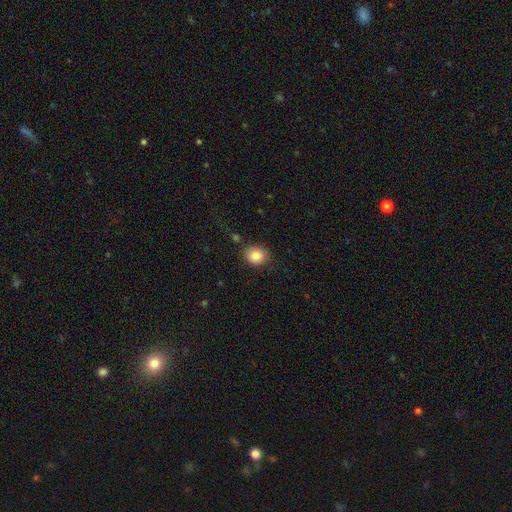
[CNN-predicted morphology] Smooth or featured: smooth — 86% (star or artifact — 9%)
How rounded: round — 63% (in between — 36%)
Merging: none — 78% (minor disturbance — 14%)